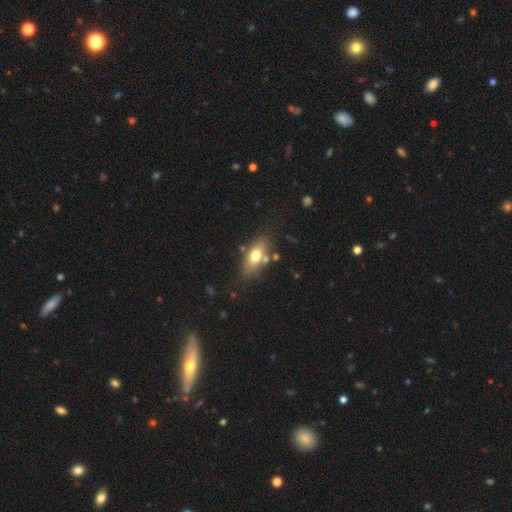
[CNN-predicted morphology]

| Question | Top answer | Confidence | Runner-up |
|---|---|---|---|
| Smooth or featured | smooth | 65% | featured or disk (27%) |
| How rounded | in between | 79% | cigar-shaped (14%) |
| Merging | none | 72% | minor disturbance (15%) |